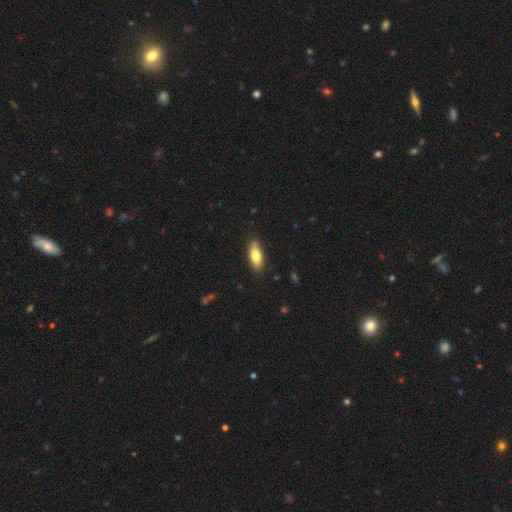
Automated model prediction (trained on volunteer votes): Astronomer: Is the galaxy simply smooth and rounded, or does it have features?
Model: smooth — 76%.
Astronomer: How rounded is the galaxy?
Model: in between — 70%.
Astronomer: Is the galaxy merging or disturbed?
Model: none — 84%.